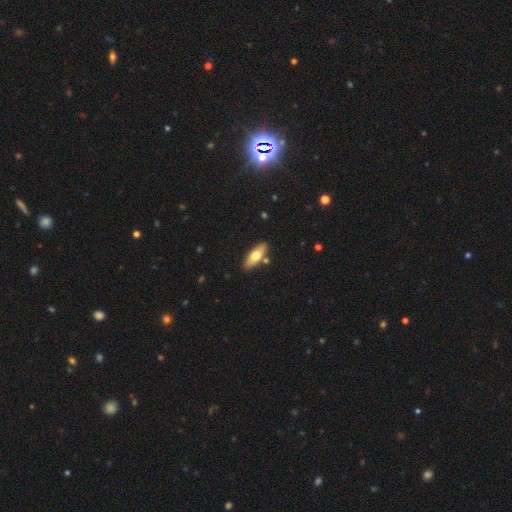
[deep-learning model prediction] Overall: smooth (63%; featured or disk 31%). How rounded: in between (68%; cigar-shaped 29%). Merging: none (83%).